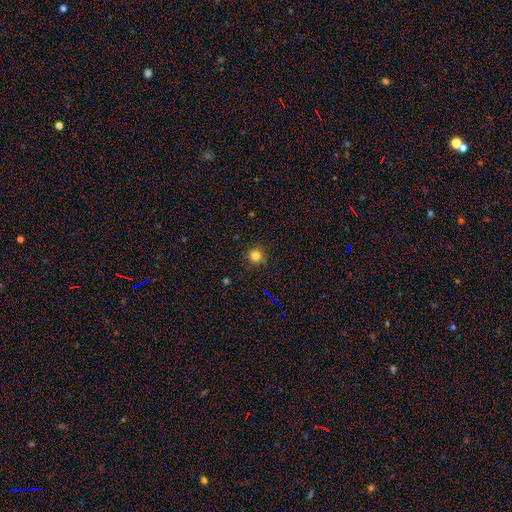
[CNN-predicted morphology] This appears to be a smooth galaxy with no disk features (80%) that is round (95%). Merging: none (91%).